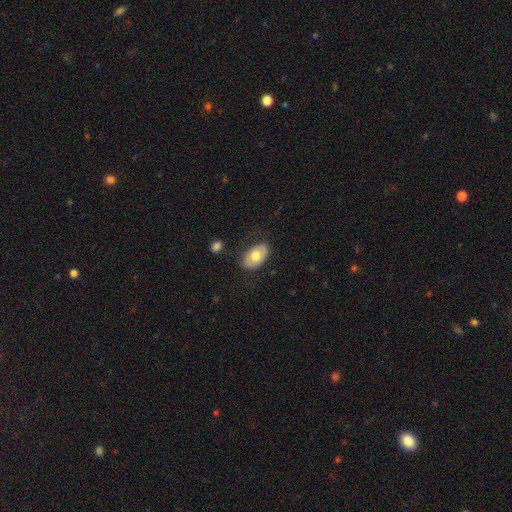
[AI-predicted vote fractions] Smooth or featured?
  - smooth: 65% *
  - featured or disk: 29%
  - star or artifact: 6%
How rounded?
  - in between: 92% *
  - round: 7%
  - cigar-shaped: 1%
Merging?
  - none: 78% *
  - minor disturbance: 16%
  - major disturbance: 4%
  - merger: 2%